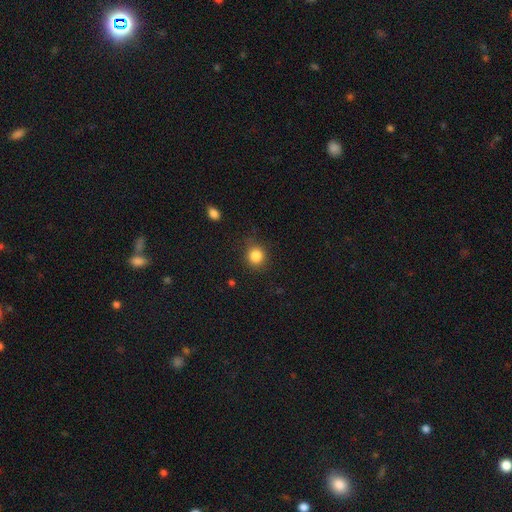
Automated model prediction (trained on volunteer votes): Overall: smooth (84%). How rounded: round (87%). Merging: none (83%).